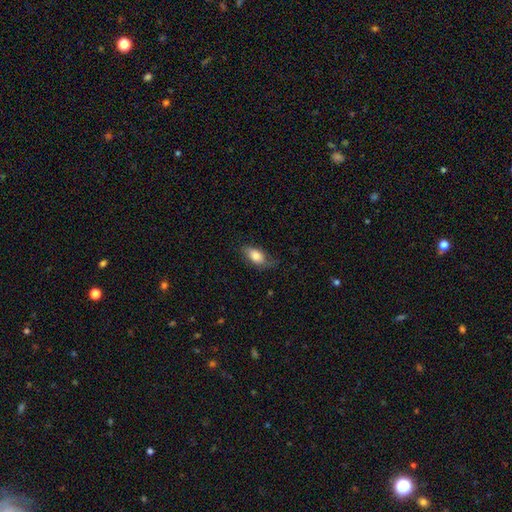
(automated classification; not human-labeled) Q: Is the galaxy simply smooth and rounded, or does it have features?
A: smooth — 75%.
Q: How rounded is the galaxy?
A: in between — 88%.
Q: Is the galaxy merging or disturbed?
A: none — 60%.